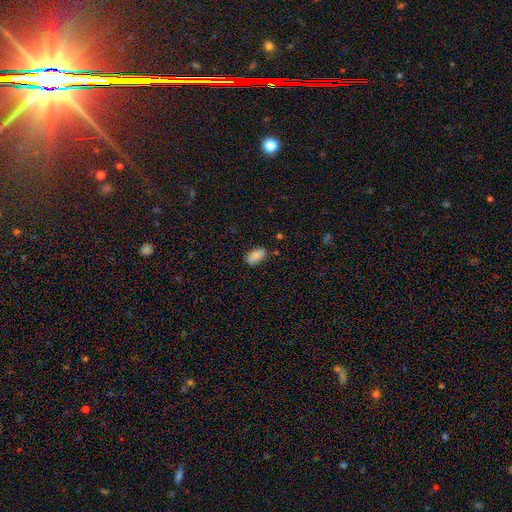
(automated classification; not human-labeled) Q: Smooth or featured?
A: smooth (86%); runner-up: star or artifact (8%)
Q: How rounded?
A: in between (93%); runner-up: round (4%)
Q: Merging?
A: none (74%); runner-up: minor disturbance (19%)